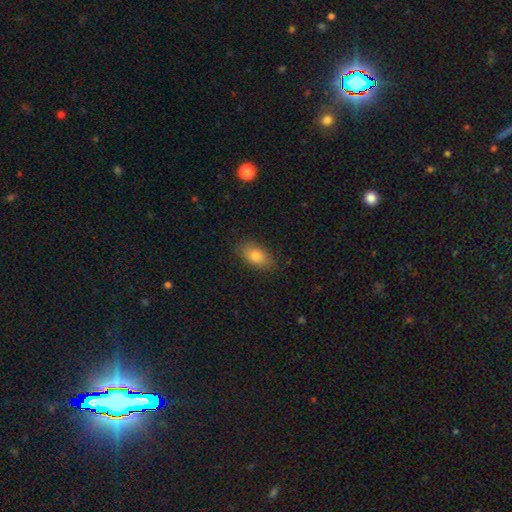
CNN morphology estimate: smooth_or_featured: smooth (p=0.81) [alt: featured or disk p=0.11]
how_rounded: in between (p=0.89) [alt: round p=0.07]
merging: none (p=0.85) [alt: minor disturbance p=0.12]